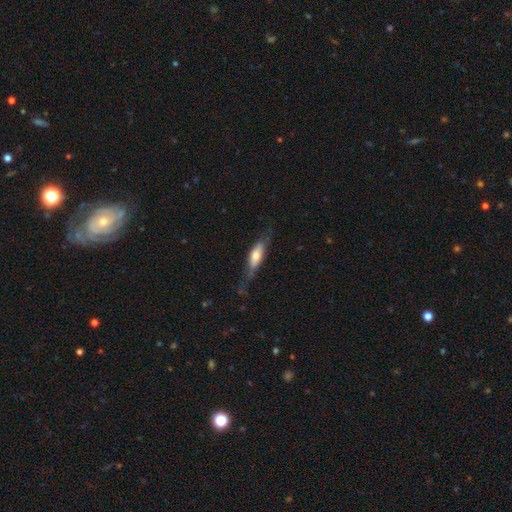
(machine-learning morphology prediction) Smooth or featured: smooth — 58% (featured or disk — 36%)
How rounded: cigar-shaped — 52% (in between — 46%)
Merging: none — 54% (minor disturbance — 28%)